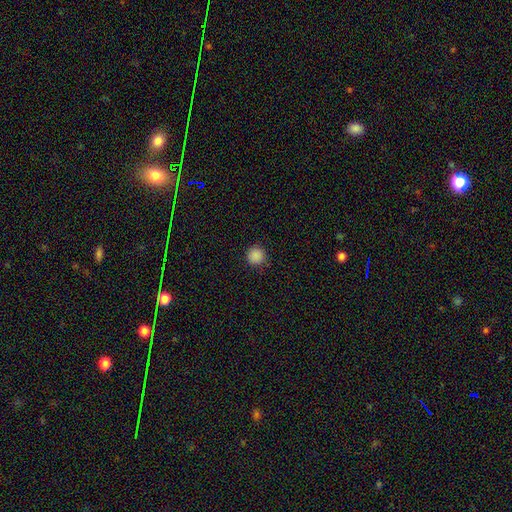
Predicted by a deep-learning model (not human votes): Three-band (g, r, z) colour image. It shows a smooth galaxy with no disk features (88%) that is round (95%). Merging: none (91%).